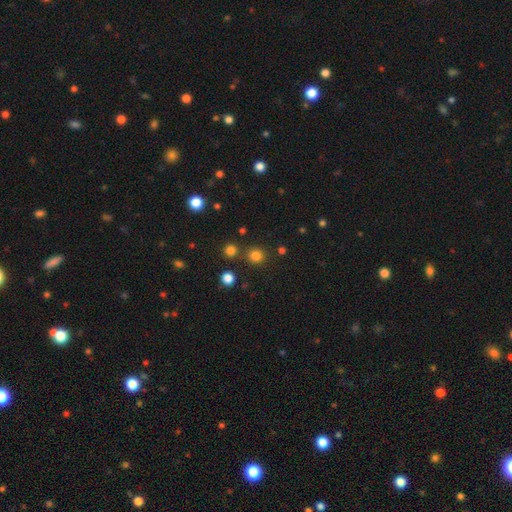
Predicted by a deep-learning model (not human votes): The model was most divided on "smooth or featured": smooth: 79%, star or artifact: 16%, featured or disk: 4%. More confident: how rounded — round (90%); merging — none (82%).